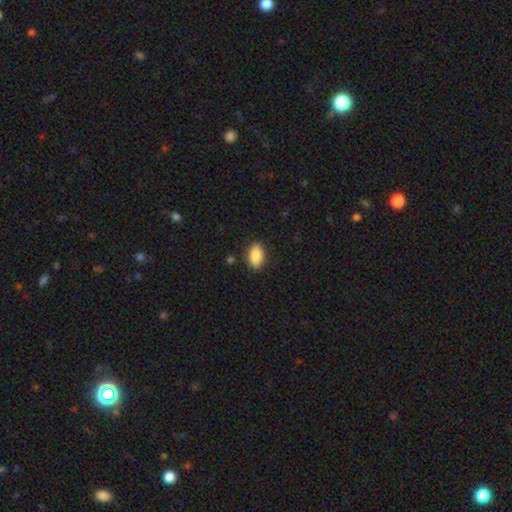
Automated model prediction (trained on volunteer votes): Smooth or featured: smooth — 88% (star or artifact — 7%)
How rounded: in between — 91% (round — 5%)
Merging: none — 87% (minor disturbance — 9%)